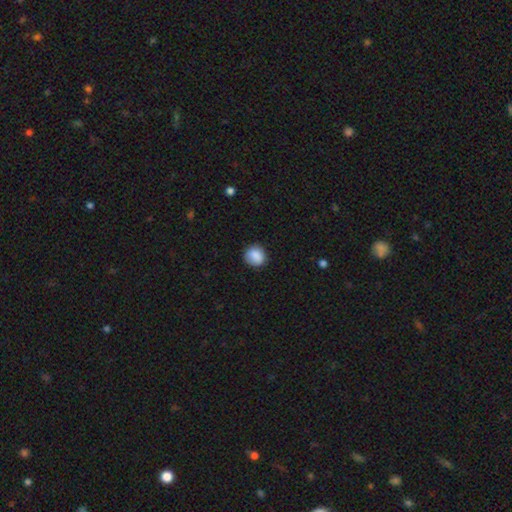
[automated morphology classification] Smooth or featured?
  - smooth: 87% *
  - star or artifact: 8%
  - featured or disk: 5%
How rounded?
  - round: 84% *
  - in between: 15%
  - cigar-shaped: 1%
Merging?
  - none: 85% *
  - minor disturbance: 11%
  - major disturbance: 3%
  - merger: 1%